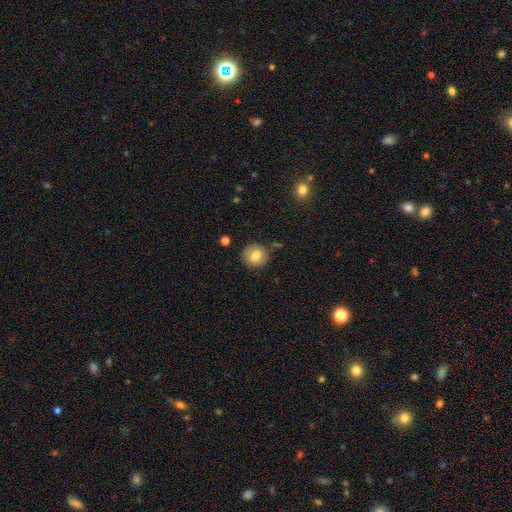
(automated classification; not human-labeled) Smooth or featured: smooth — 77% (featured or disk — 14%)
How rounded: round — 88% (in between — 11%)
Merging: none — 84% (minor disturbance — 10%)